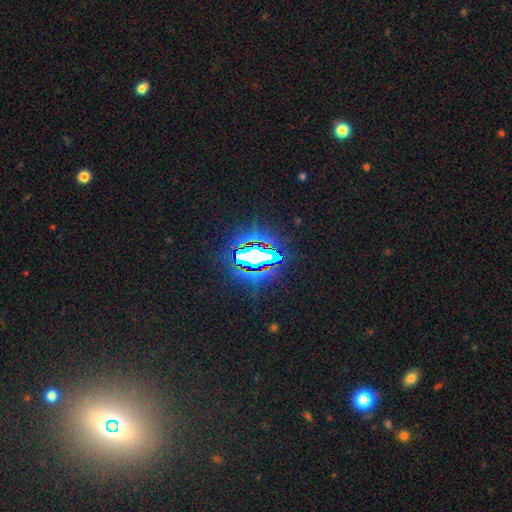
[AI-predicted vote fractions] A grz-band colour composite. It shows a star or artifact, not a galaxy (72%).